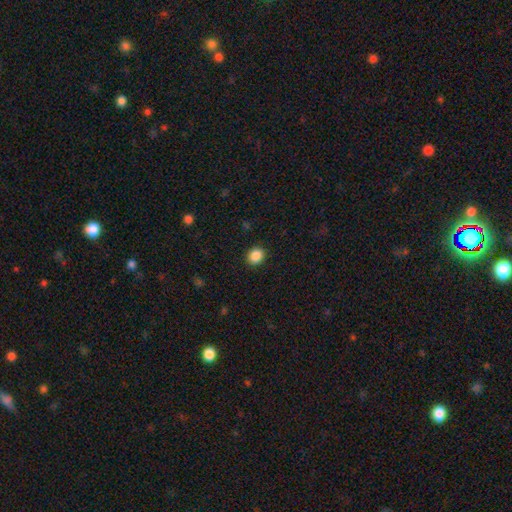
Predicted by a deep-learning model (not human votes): The model was most divided on "how rounded": round: 63%, in between: 36%, cigar-shaped: 1%. More confident: merging — none (91%); smooth or featured — smooth (88%).